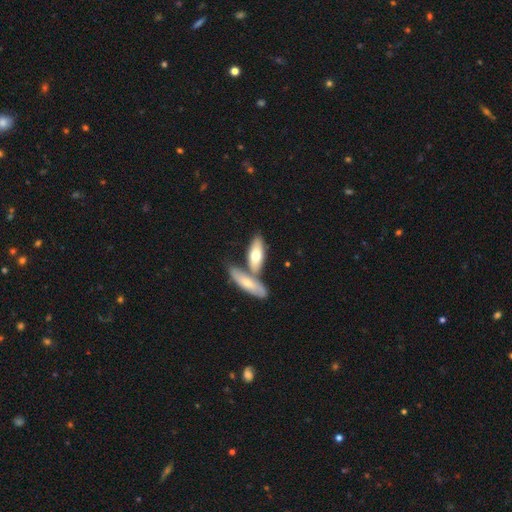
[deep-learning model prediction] smooth-or-featured: smooth: 64% | featured or disk: 31% | star or artifact: 5%
  how-rounded: in between: 60% | cigar-shaped: 38% | round: 2%
  merging: none: 47% | merger: 40% | minor disturbance: 10% | major disturbance: 3%